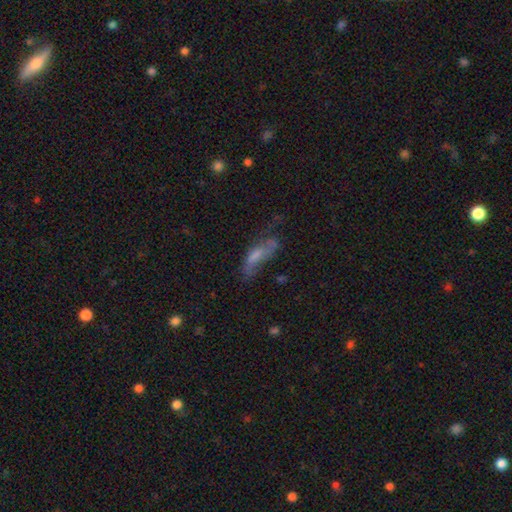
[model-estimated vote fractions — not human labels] Morphology: type=smooth (49%); merging=none (34%).